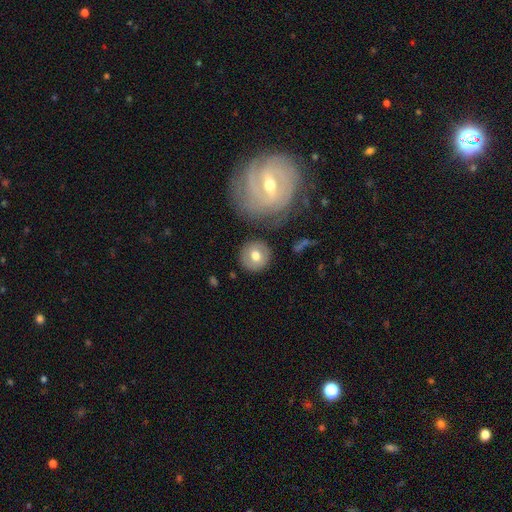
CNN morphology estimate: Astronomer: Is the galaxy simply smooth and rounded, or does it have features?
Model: smooth — 67%.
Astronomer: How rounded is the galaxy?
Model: round — 91%.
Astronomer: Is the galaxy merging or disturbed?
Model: none — 84%.